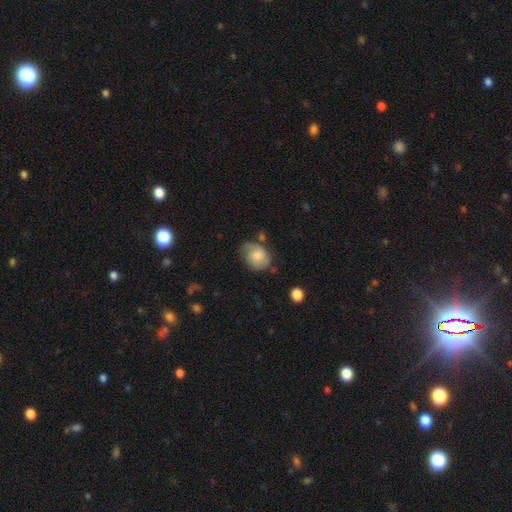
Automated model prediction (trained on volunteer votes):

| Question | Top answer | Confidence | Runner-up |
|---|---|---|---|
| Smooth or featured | smooth | 54% | featured or disk (37%) |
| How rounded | in between | 51% | round (48%) |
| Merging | none | 55% | minor disturbance (30%) |